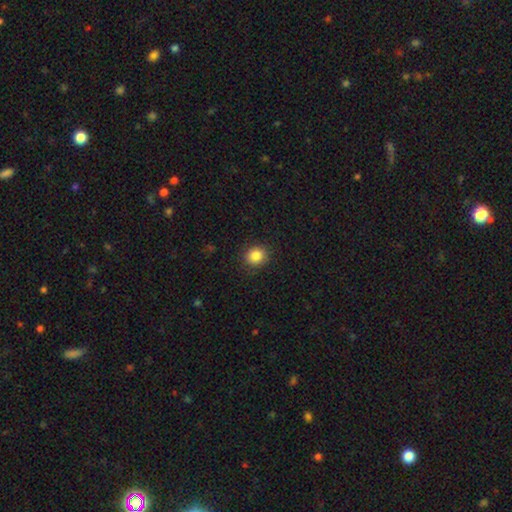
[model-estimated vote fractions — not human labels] smooth_or_featured: smooth (p=0.85) [alt: star or artifact p=0.10]
how_rounded: round (p=0.82) [alt: in between p=0.17]
merging: none (p=0.89) [alt: minor disturbance p=0.08]